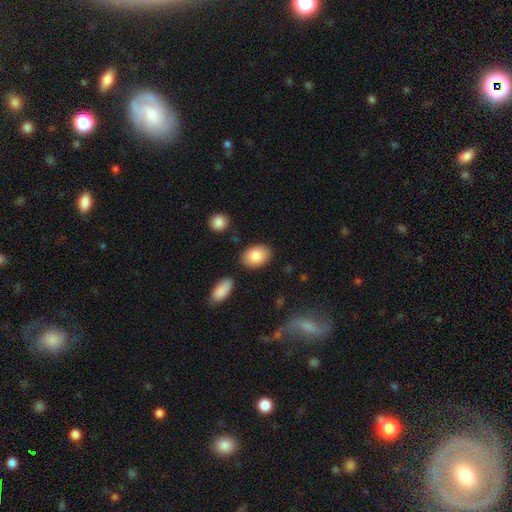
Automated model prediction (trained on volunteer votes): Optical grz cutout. It shows a smooth galaxy with no disk features (84%) that is in between round and cigar-shaped (84%). Merging: none (84%).